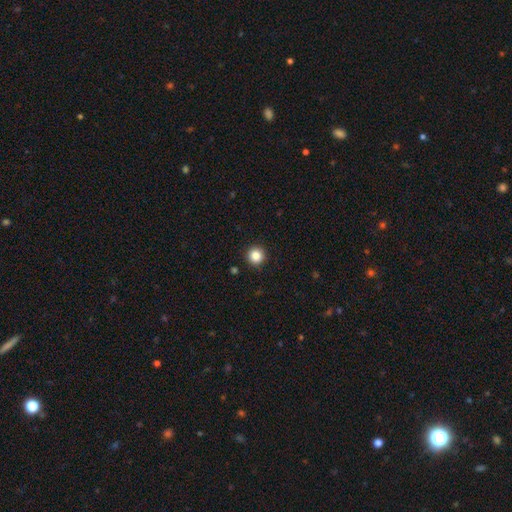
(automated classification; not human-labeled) A smooth galaxy with no disk features (86%) that is round (96%). Merging: none (93%).